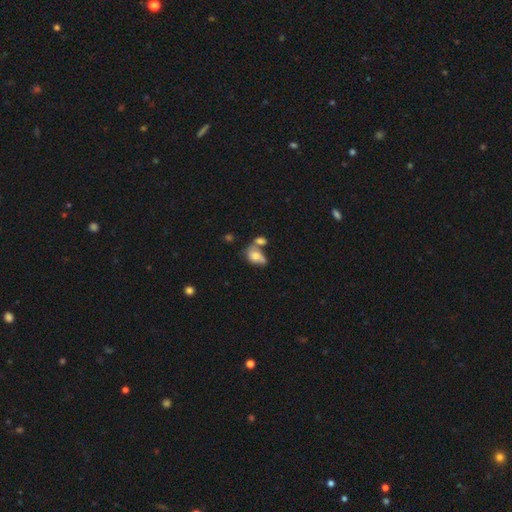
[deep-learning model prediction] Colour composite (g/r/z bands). It shows a smooth galaxy with no disk features (68%) that is in between round and cigar-shaped (81%). Merging: merger (48%).